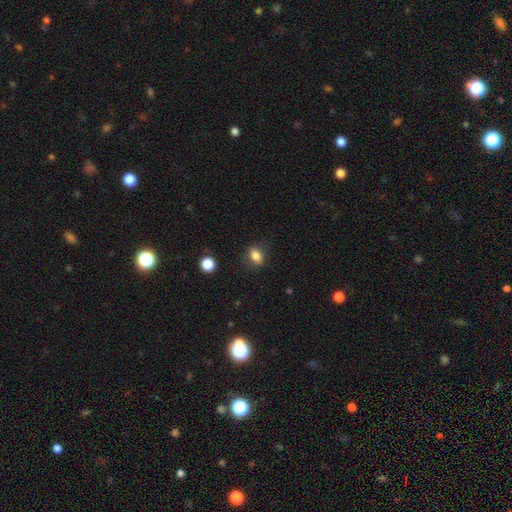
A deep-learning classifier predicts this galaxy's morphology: smooth 81%, star or artifact 10%, featured or disk 8%. Down the decision tree: how rounded — in between (72%); merging — none (78%).